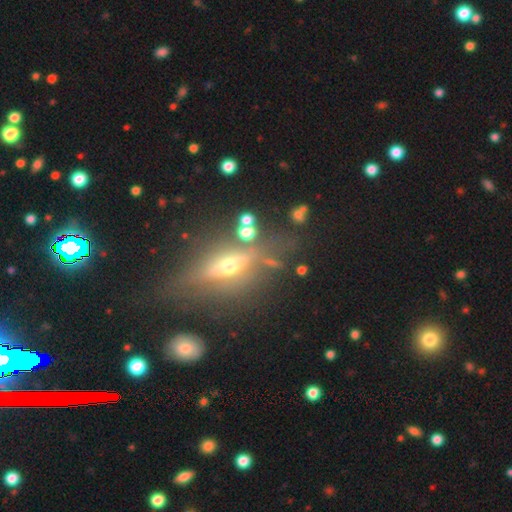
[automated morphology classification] smooth_or_featured: featured or disk (p=0.51) [alt: star or artifact p=0.26]
disk_edge_on: yes (p=0.77) [alt: no p=0.23]
merging: none (p=0.72) [alt: minor disturbance p=0.14]